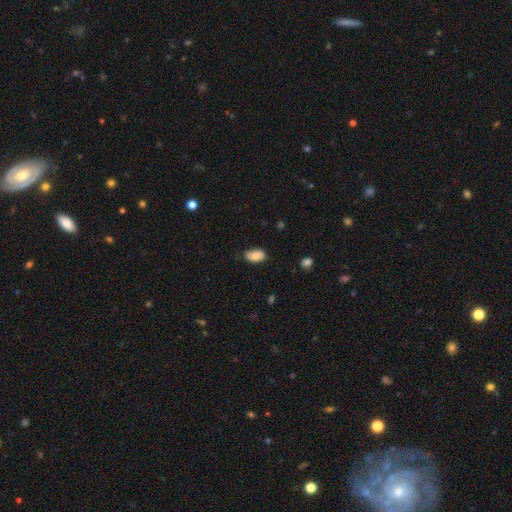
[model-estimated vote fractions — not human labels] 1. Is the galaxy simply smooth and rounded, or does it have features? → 85% smooth, 7% featured or disk, 7% star or artifact.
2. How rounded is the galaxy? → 93% in between, 5% round, 2% cigar-shaped.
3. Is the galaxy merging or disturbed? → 69% none, 26% minor disturbance, 4% major disturbance, 2% merger.